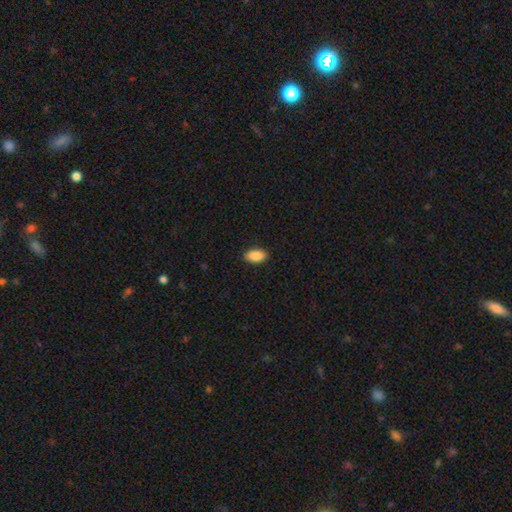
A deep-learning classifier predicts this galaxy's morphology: A smooth galaxy with no disk features (90%) that is in between round and cigar-shaped (93%).

Vote fractions:
- Smooth or featured? smooth: 90% / star or artifact: 6% / featured or disk: 4%
- How rounded? in between: 93% / cigar-shaped: 4% / round: 3%
- Merging? none: 90% / minor disturbance: 7% / major disturbance: 2% / merger: 1%